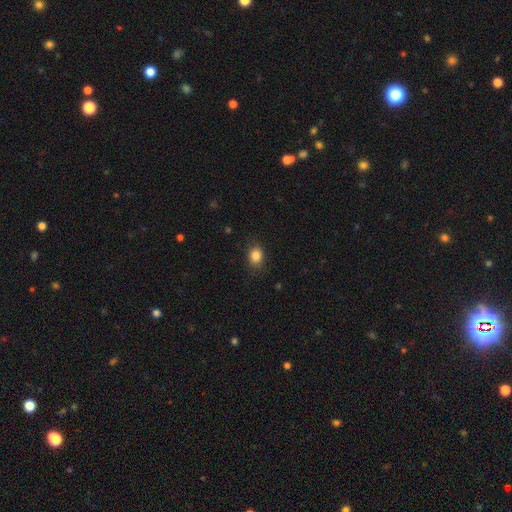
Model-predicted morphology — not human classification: Q: Smooth or featured?
A: smooth (85%); runner-up: star or artifact (10%)
Q: How rounded?
A: in between (56%); runner-up: round (43%)
Q: Merging?
A: none (85%); runner-up: minor disturbance (11%)